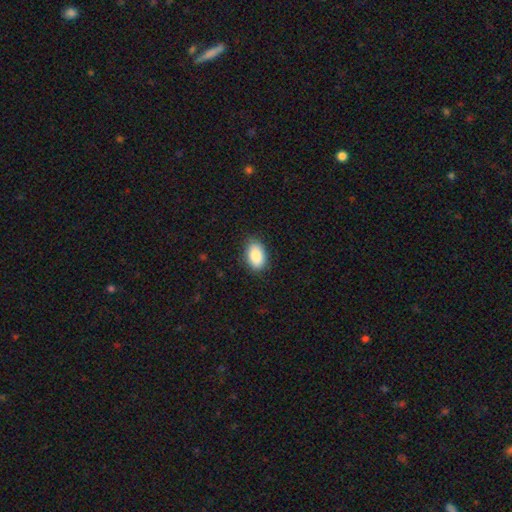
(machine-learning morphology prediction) Smooth or featured: smooth — 87% (star or artifact — 7%)
How rounded: in between — 90% (round — 8%)
Merging: none — 85% (minor disturbance — 12%)